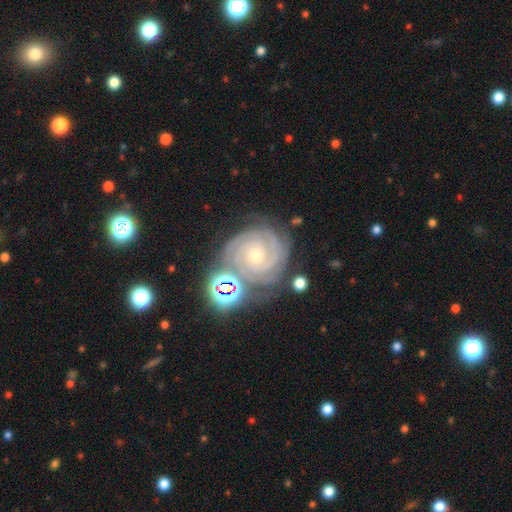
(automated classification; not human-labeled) Smooth or featured?
  - featured or disk: 89% *
  - star or artifact: 6%
  - smooth: 5%
Edge-on disk?
  - no: 98% *
  - yes: 2%
Bar?
  - no: 72% *
  - weak: 20%
  - strong: 8%
Spiral arms?
  - yes: 98% *
  - no: 2%
Spiral winding?
  - tight: 85% *
  - medium: 13%
  - loose: 2%
Spiral arm count?
  - 3: 35% *
  - 2: 27%
  - 4: 14%
  - can't tell: 13%
  - more than 4: 6%
  - 1: 5%
Bulge size?
  - small: 54% *
  - moderate: 42%
  - large: 2%
  - none: 1%
  - dominant: 1%
Merging?
  - none: 72% *
  - minor disturbance: 16%
  - merger: 7%
  - major disturbance: 5%